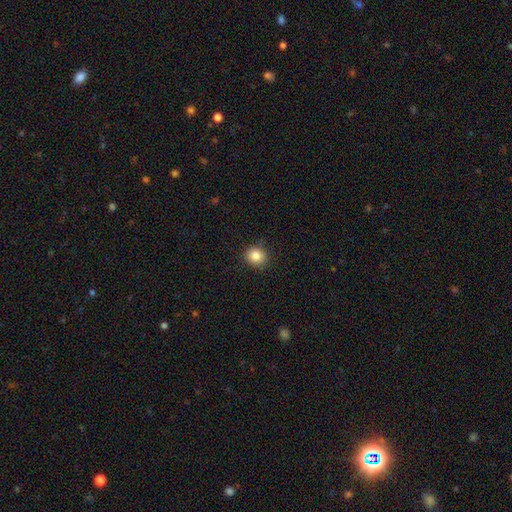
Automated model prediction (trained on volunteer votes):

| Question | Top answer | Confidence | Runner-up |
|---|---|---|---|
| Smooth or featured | smooth | 85% | star or artifact (10%) |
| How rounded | round | 83% | in between (17%) |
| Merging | none | 88% | minor disturbance (9%) |